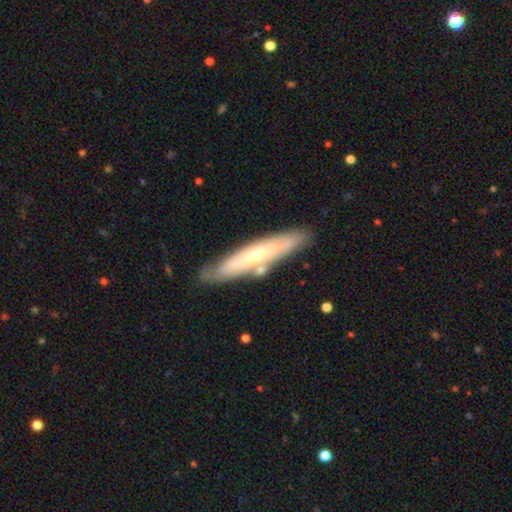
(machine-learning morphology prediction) A featured or disk galaxy (63%) viewed edge-on (63%).

Vote fractions:
- Smooth or featured? featured or disk: 63% / smooth: 32% / star or artifact: 6%
- Edge-on disk? yes: 63% / no: 37%
- Merging? none: 78% / minor disturbance: 14% / merger: 5% / major disturbance: 3%